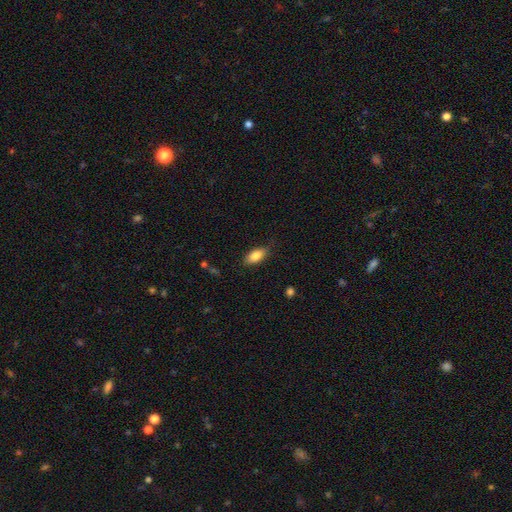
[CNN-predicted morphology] smooth_or_featured: smooth (p=0.83) [alt: featured or disk p=0.10]
how_rounded: in between (p=0.88) [alt: cigar-shaped p=0.09]
merging: none (p=0.82) [alt: minor disturbance p=0.14]